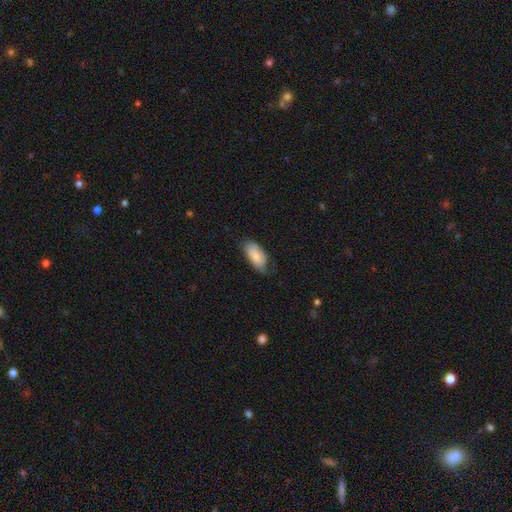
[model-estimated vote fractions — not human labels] Overall: smooth (74%). How rounded: in between (92%). Merging: none (59%; minor disturbance 32%).